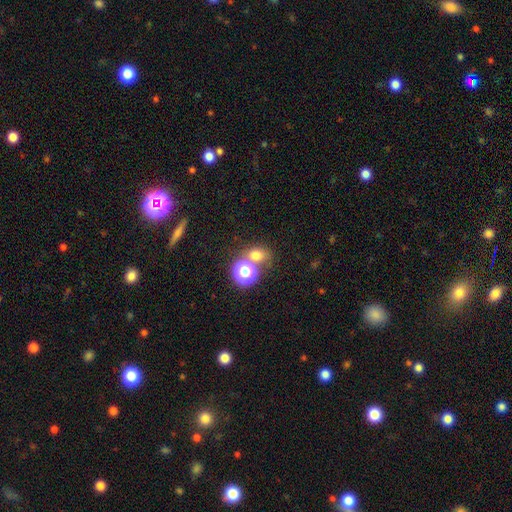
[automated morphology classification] This is likely a smooth galaxy (67%). How rounded: likely round (62%). Merging: possibly none (56%).